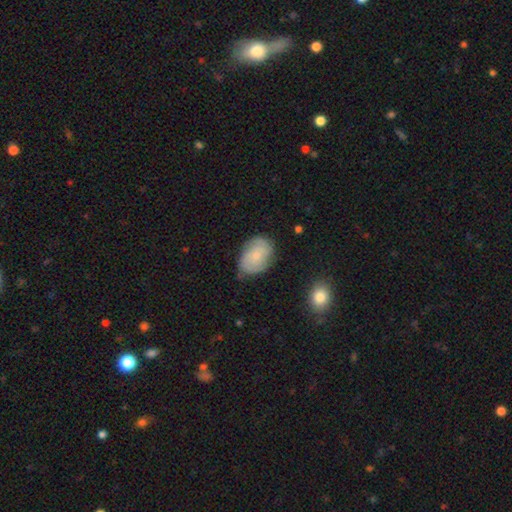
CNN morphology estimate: This appears to be a featured or disk galaxy (47%). Merging: none (72%).